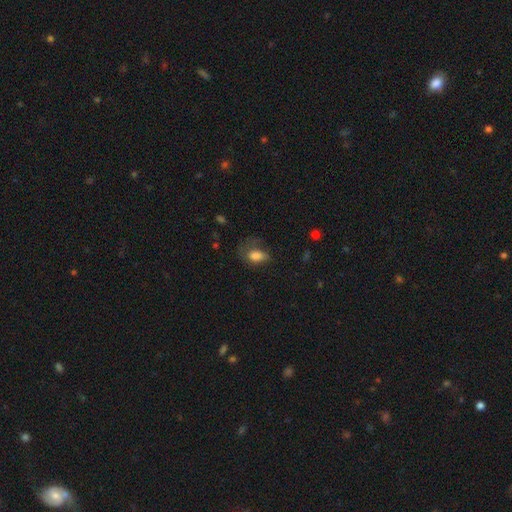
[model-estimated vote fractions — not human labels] Q: Smooth or featured?
A: smooth (75%); runner-up: featured or disk (15%)
Q: How rounded?
A: in between (85%); runner-up: round (12%)
Q: Merging?
A: none (38%); runner-up: major disturbance (34%)